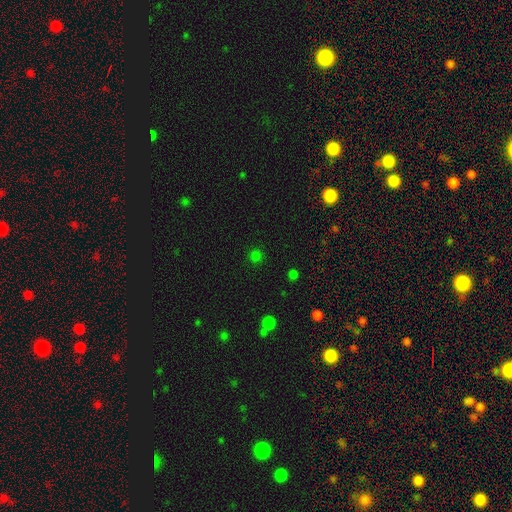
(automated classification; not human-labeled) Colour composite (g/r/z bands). It shows a smooth galaxy with no disk features (70%) that is round (92%). Merging: none (88%).